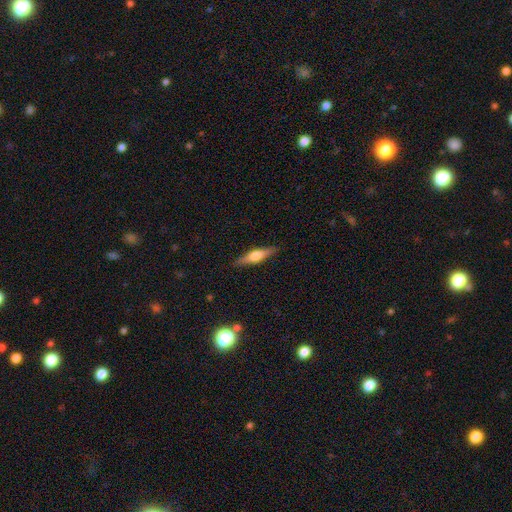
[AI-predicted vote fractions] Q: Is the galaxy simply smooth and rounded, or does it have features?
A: featured or disk — 54%.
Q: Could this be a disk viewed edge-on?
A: yes — 95%.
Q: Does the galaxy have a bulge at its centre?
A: rounded — 89%.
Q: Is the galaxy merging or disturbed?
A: none — 89%.